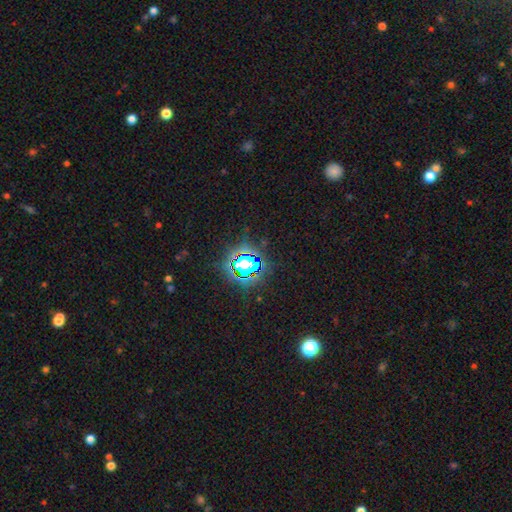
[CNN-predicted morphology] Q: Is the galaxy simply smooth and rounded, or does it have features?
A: star or artifact — 79%.